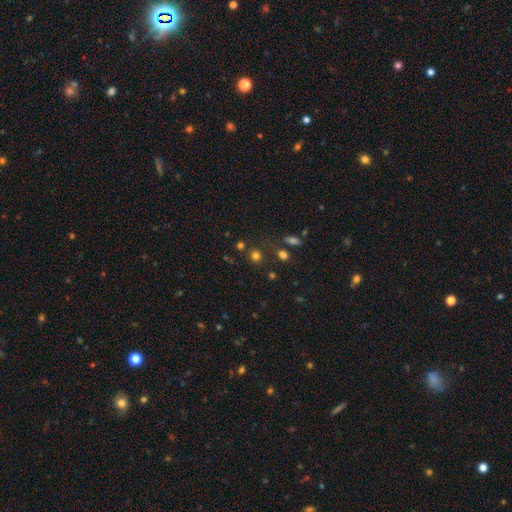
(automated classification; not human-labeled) Q: Smooth or featured?
A: smooth (72%); runner-up: star or artifact (22%)
Q: How rounded?
A: round (85%); runner-up: in between (14%)
Q: Merging?
A: none (77%); runner-up: minor disturbance (10%)